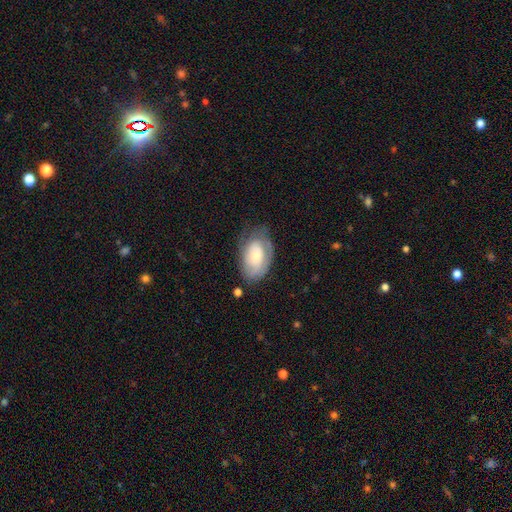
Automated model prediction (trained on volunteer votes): Smooth or featured: featured or disk — 52% (smooth — 41%)
Edge-on disk: no — 94% (yes — 6%)
Merging: none — 59% (minor disturbance — 26%)